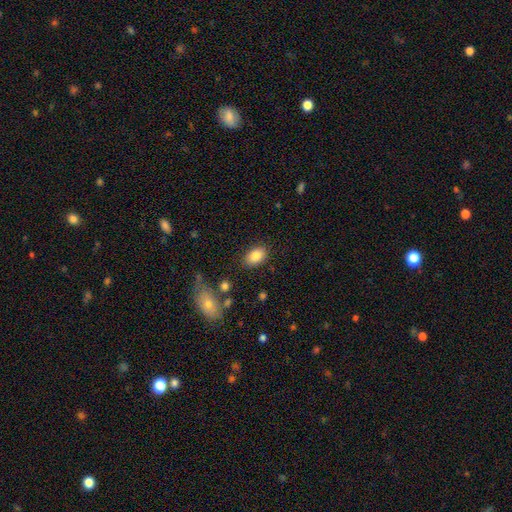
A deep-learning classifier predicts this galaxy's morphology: This appears to be a smooth galaxy with no disk features (85%) that is in between round and cigar-shaped (86%). Merging: none (83%).